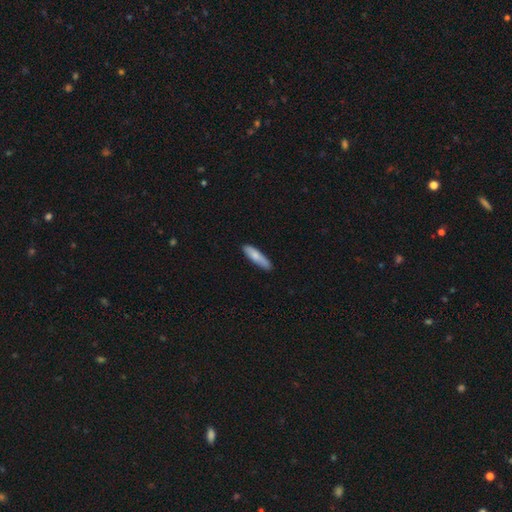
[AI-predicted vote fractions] Smooth or featured? Predicted: smooth (p=0.78). How rounded? Predicted: cigar-shaped (p=0.75). Merging? Predicted: none (p=0.81).